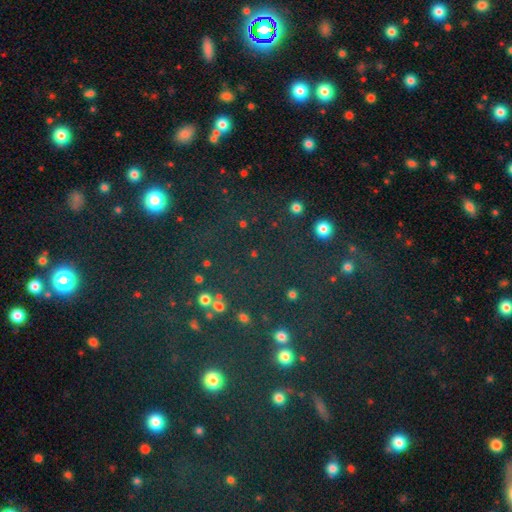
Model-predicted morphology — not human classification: Q: Smooth or featured?
A: star or artifact (68%); runner-up: smooth (23%)